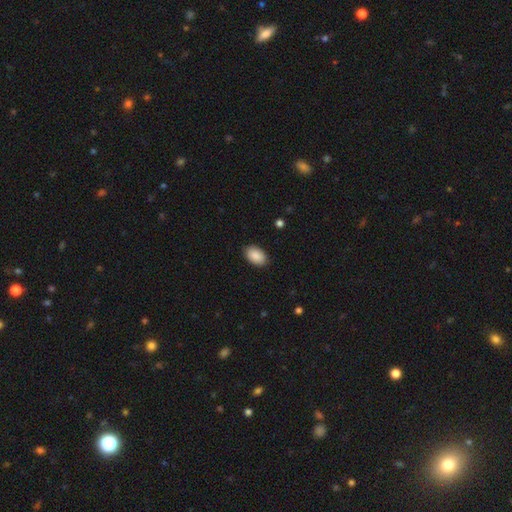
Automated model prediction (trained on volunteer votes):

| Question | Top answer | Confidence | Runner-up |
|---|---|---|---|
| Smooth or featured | smooth | 91% | star or artifact (6%) |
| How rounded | in between | 92% | round (7%) |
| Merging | none | 89% | minor disturbance (8%) |